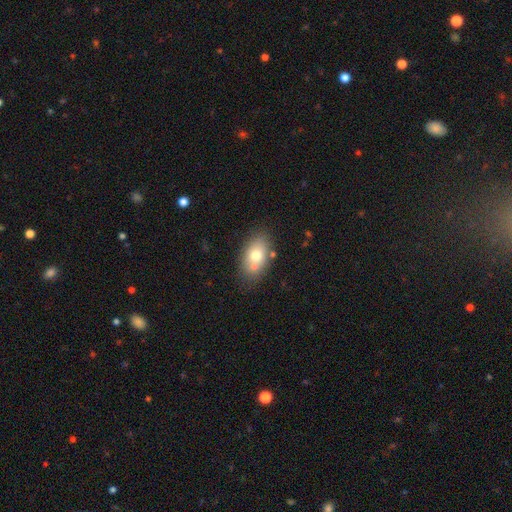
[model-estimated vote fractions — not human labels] Morphology: type=smooth (70%); roundness=in between (87%); merging=none (65%).